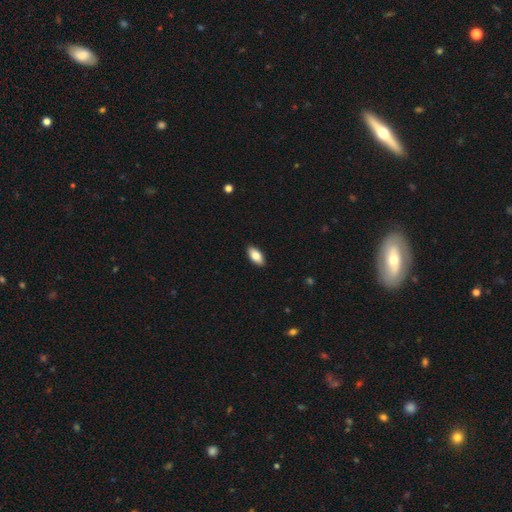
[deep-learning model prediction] The model was most divided on "smooth or featured": smooth: 82%, featured or disk: 12%, star or artifact: 6%. More confident: merging — none (90%); how rounded — in between (90%).